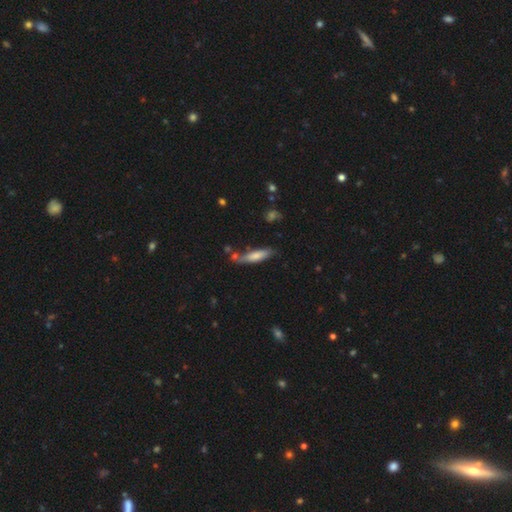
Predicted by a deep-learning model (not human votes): Smooth or featured: smooth — 72% (featured or disk — 21%)
How rounded: cigar-shaped — 71% (in between — 27%)
Merging: none — 62% (minor disturbance — 23%)